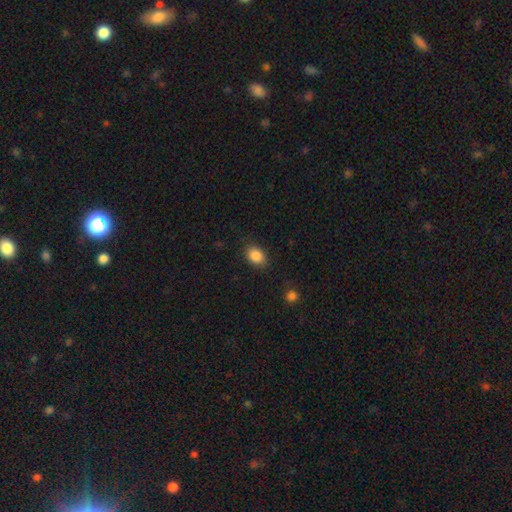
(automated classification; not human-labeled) A smooth galaxy with no disk features (87%) that is in between round and cigar-shaped (69%). Merging: none (83%).